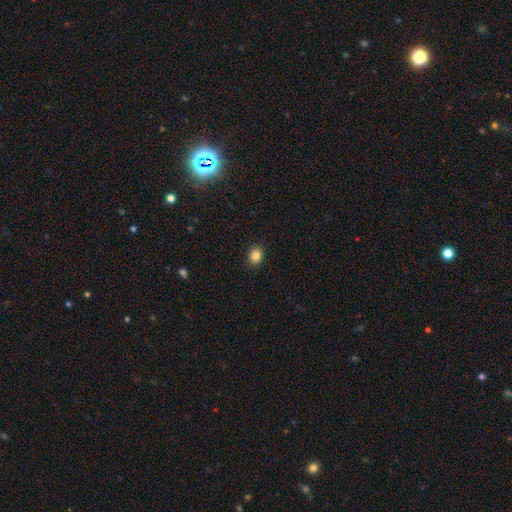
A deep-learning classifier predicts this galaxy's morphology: This appears to be a smooth galaxy with no disk features (85%) that is round (51%). Merging: none (90%).